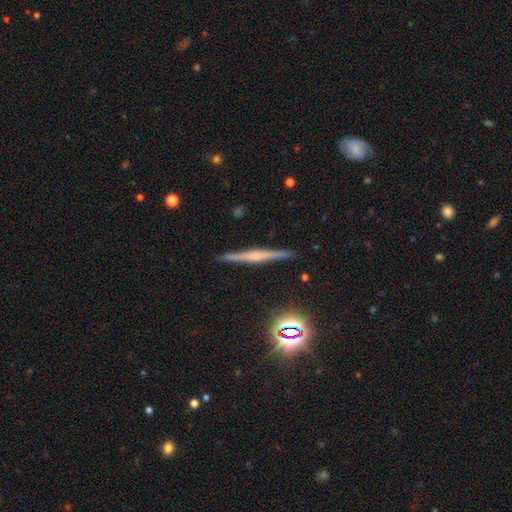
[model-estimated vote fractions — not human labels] This is likely a featured or disk galaxy (69%). It is clearly viewed edge-on (98%). Edge-on bulge: likely rounded (61%). Merging: clearly none (91%).